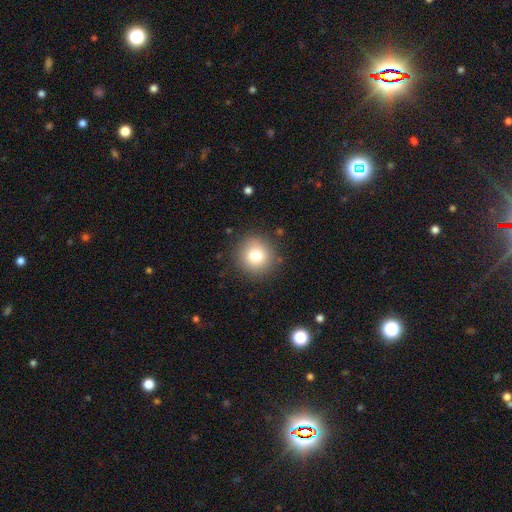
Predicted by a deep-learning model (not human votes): smooth-or-featured: smooth: 77% | star or artifact: 11% | featured or disk: 11%
  how-rounded: round: 92% | in between: 7% | cigar-shaped: 1%
  merging: none: 88% | minor disturbance: 8% | major disturbance: 3% | merger: 1%